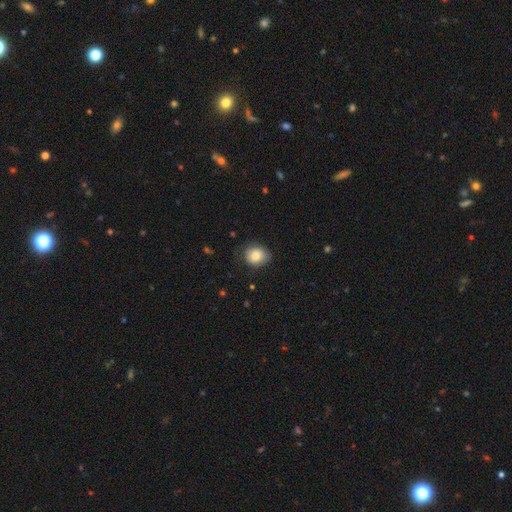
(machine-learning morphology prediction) Smooth or featured? Predicted: smooth (p=0.84). How rounded? Predicted: round (p=0.62). Merging? Predicted: none (p=0.73).